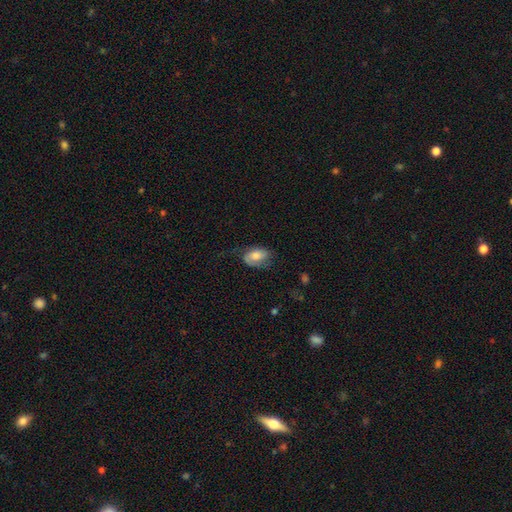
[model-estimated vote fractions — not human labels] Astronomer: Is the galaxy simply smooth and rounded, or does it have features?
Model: smooth — 58% (runner-up: featured or disk, 35%).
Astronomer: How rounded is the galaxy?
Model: in between — 87%.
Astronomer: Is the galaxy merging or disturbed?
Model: none — 53% (runner-up: minor disturbance, 29%).